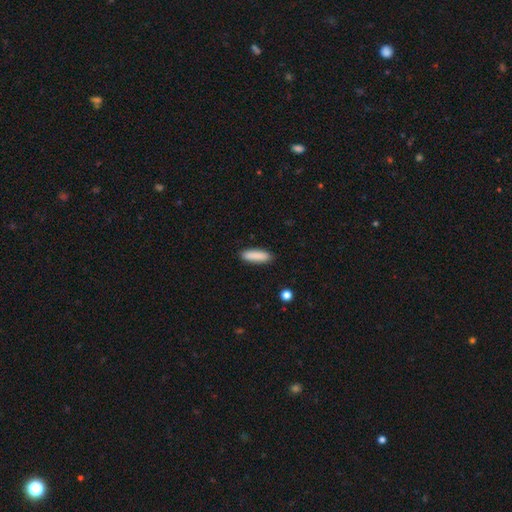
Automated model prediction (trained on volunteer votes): The model was most divided on "how rounded": cigar-shaped: 64%, in between: 35%, round: 2%. More confident: merging — none (88%); smooth or featured — smooth (88%).